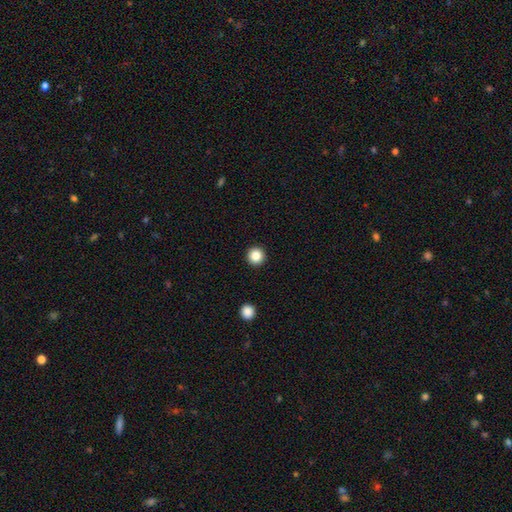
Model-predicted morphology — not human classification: Q: Smooth or featured?
A: smooth (85%); runner-up: star or artifact (11%)
Q: How rounded?
A: round (96%); runner-up: in between (3%)
Q: Merging?
A: none (93%); runner-up: minor disturbance (4%)